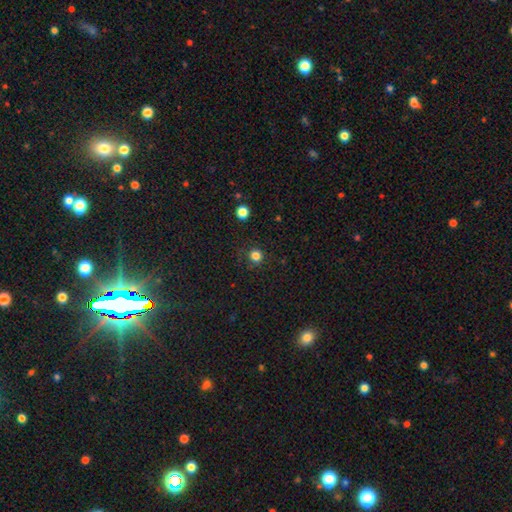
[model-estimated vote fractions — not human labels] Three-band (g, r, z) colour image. It shows a smooth galaxy with no disk features (81%) that is round (94%). Merging: none (87%).